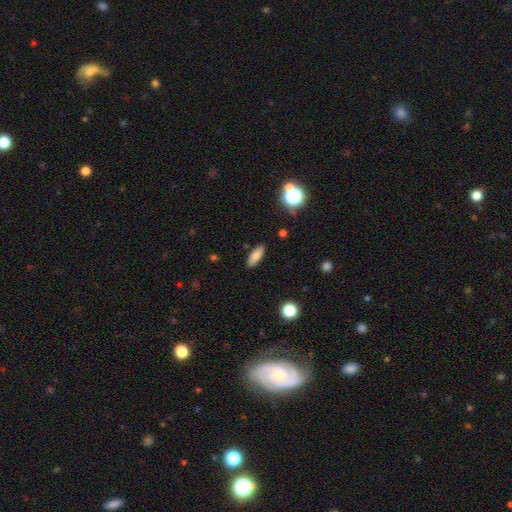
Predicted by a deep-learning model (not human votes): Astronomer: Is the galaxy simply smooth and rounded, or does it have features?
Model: smooth — 82%.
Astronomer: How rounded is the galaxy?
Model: in between — 65%.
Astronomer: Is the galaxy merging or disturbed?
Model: none — 88%.